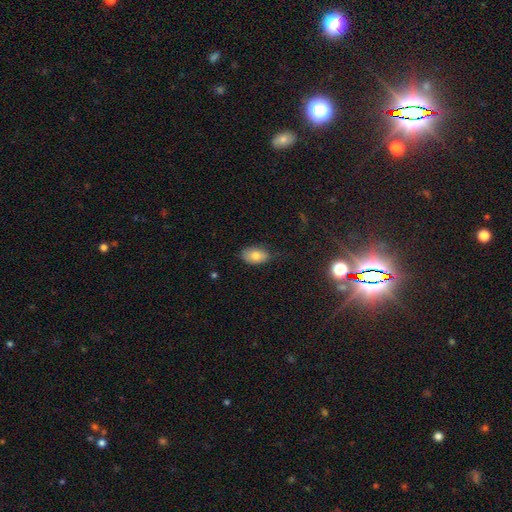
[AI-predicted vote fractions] This appears to be a smooth galaxy with no disk features (78%) that is in between round and cigar-shaped (90%). Merging: none (71%).